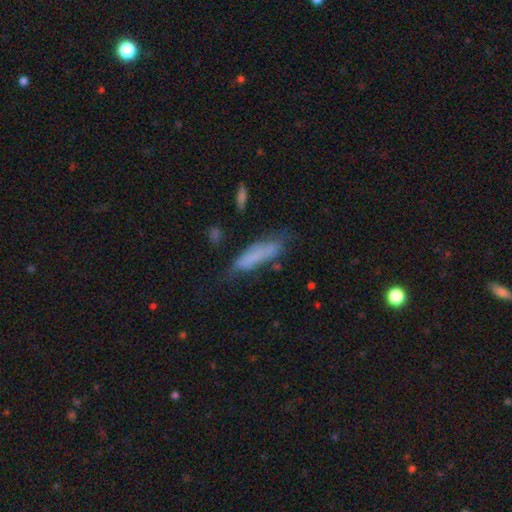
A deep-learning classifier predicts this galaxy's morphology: smooth_or_featured: smooth (p=0.70) [alt: featured or disk p=0.21]
how_rounded: cigar-shaped (p=0.69) [alt: in between p=0.29]
merging: none (p=0.51) [alt: minor disturbance p=0.30]